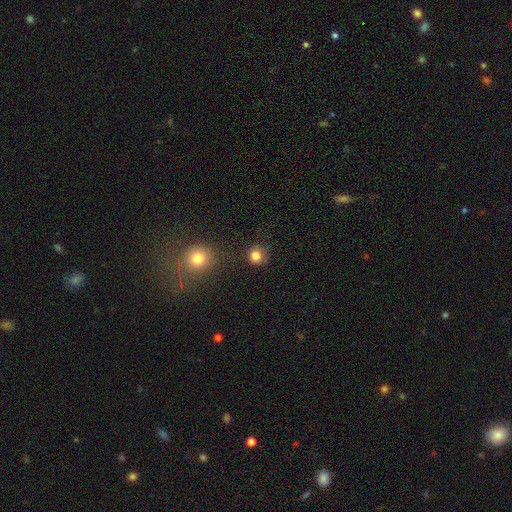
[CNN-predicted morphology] A smooth galaxy with no disk features (82%) that is round (92%). Merging: none (82%).